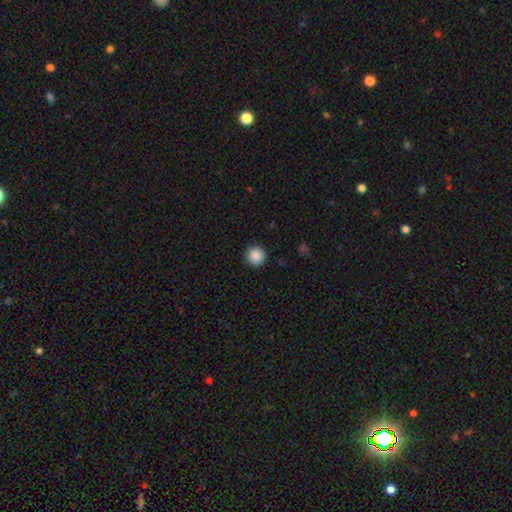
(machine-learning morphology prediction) This is clearly a smooth galaxy (89%). How rounded: clearly round (95%). Merging: clearly none (92%).